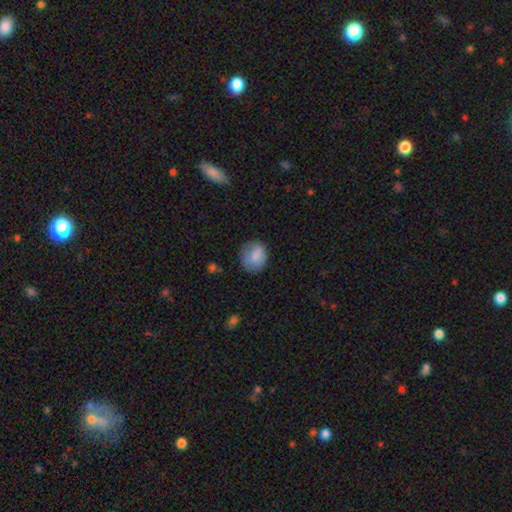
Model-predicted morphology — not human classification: type=smooth (81%); roundness=round (78%); merging=none (70%).